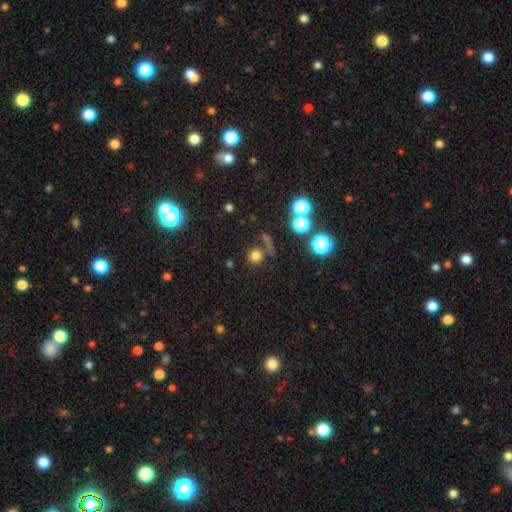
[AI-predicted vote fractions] smooth 72%, star or artifact 21%, featured or disk 7%. Down the decision tree: how rounded — round (92%); merging — none (73%).